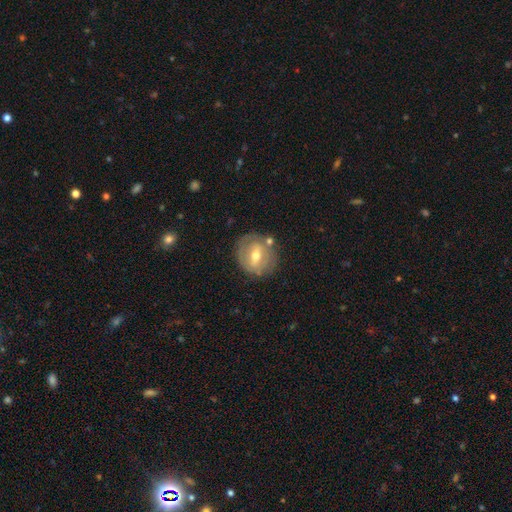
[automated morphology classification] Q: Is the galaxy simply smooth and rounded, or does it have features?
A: featured or disk — 58%.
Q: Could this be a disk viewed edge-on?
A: no — 93%.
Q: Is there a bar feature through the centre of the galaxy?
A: weak — 47%.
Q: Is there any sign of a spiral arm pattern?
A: no — 58%.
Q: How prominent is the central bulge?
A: moderate — 70%.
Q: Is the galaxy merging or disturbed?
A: none — 72%.